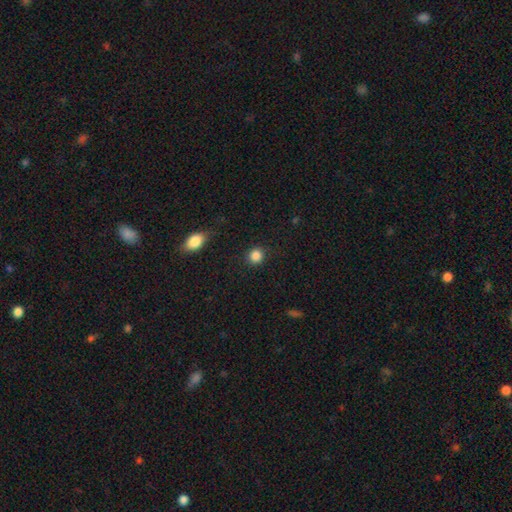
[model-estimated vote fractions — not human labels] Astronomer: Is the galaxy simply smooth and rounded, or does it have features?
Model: smooth — 87%.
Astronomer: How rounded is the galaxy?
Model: round — 87%.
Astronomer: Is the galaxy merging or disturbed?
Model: none — 88%.